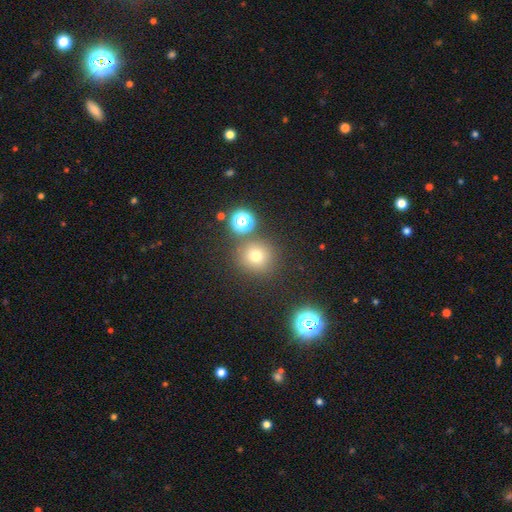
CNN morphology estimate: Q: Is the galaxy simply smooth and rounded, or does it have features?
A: smooth — 70%.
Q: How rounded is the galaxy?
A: round — 93%.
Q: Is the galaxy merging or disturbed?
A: none — 80%.